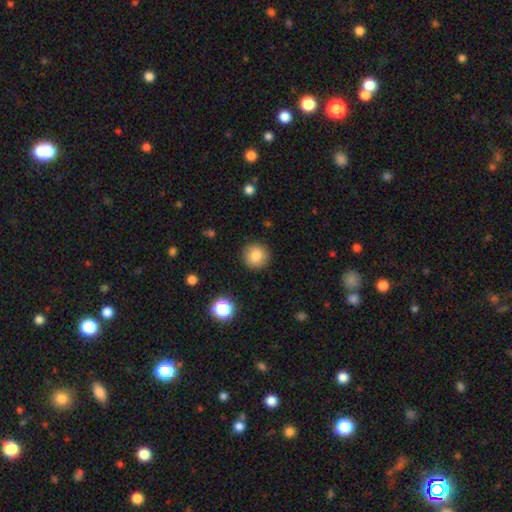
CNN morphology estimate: type=smooth (84%); roundness=round (95%); merging=none (91%).